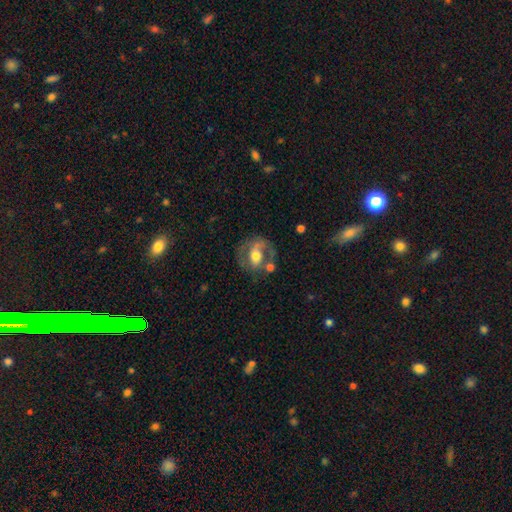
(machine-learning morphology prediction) smooth_or_featured: featured or disk (p=0.69) [alt: smooth p=0.24]
disk_edge_on: no (p=0.96) [alt: yes p=0.04]
bar: weak (p=0.38) [alt: strong p=0.32]
has_spiral_arms: yes (p=0.76) [alt: no p=0.24]
bulge_size: moderate (p=0.67) [alt: small p=0.15]
merging: none (p=0.57) [alt: minor disturbance p=0.19]